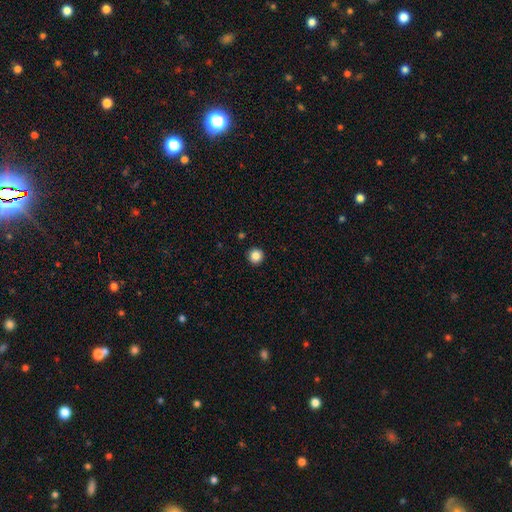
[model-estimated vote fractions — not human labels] smooth_or_featured: smooth (p=0.85) [alt: star or artifact p=0.10]
how_rounded: round (p=0.96) [alt: in between p=0.03]
merging: none (p=0.93) [alt: minor disturbance p=0.04]